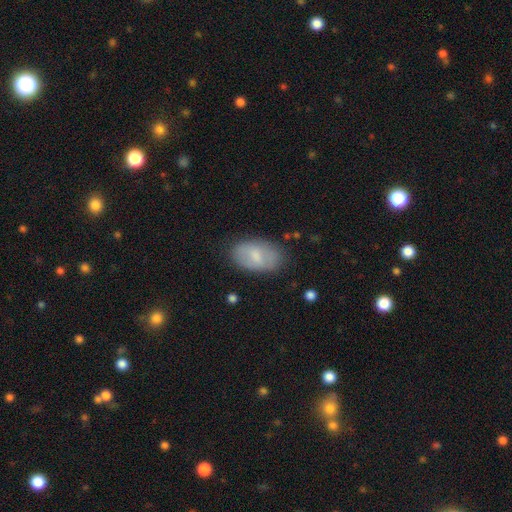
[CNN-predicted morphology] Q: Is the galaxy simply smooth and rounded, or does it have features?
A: smooth — 66%.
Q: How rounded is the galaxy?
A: in between — 92%.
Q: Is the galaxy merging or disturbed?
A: none — 80%.